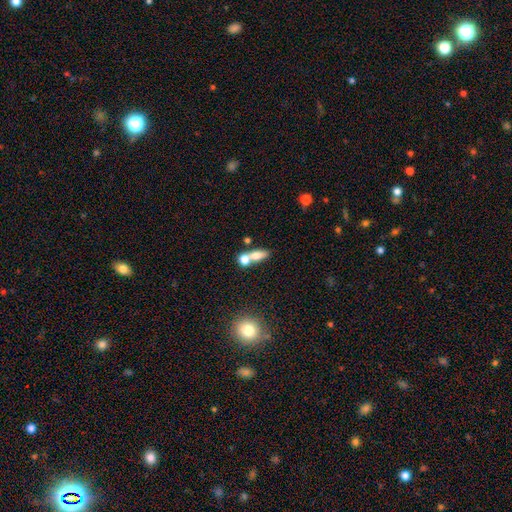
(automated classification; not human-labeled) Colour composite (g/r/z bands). It shows a smooth galaxy with no disk features (69%) that is in between round and cigar-shaped (57%). Merging: merger (54%).